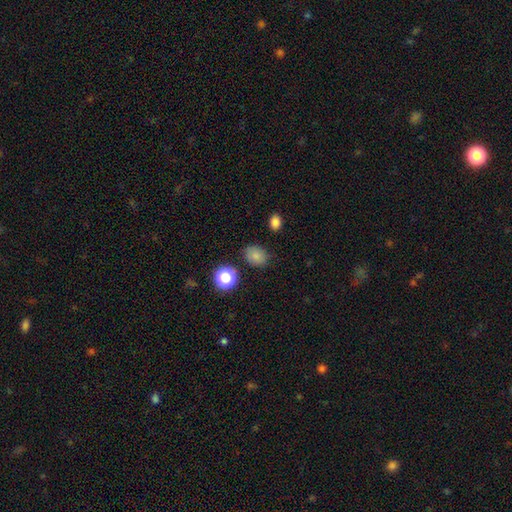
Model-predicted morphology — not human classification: smooth_or_featured: smooth (p=0.81) [alt: star or artifact p=0.13]
how_rounded: in between (p=0.53) [alt: round p=0.46]
merging: none (p=0.81) [alt: minor disturbance p=0.13]